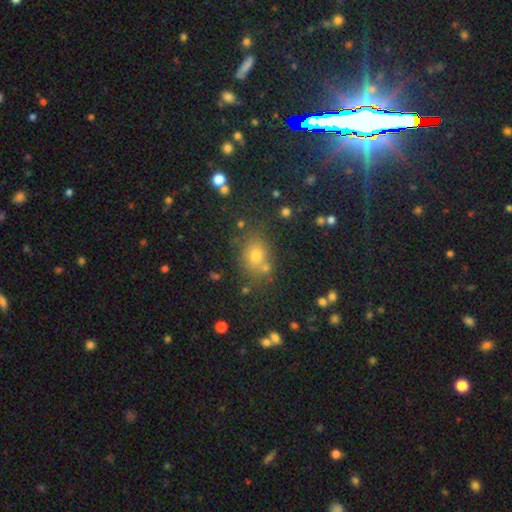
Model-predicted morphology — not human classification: A smooth galaxy with no disk features (68%) that is round (50%). Merging: none (71%).